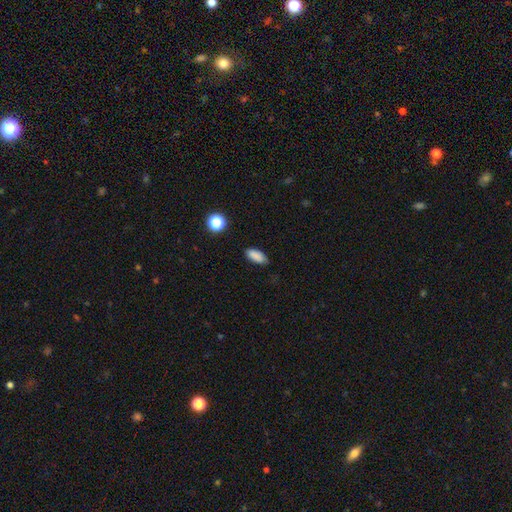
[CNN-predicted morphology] Overall: smooth (86%). How rounded: in between (85%). Merging: none (80%).